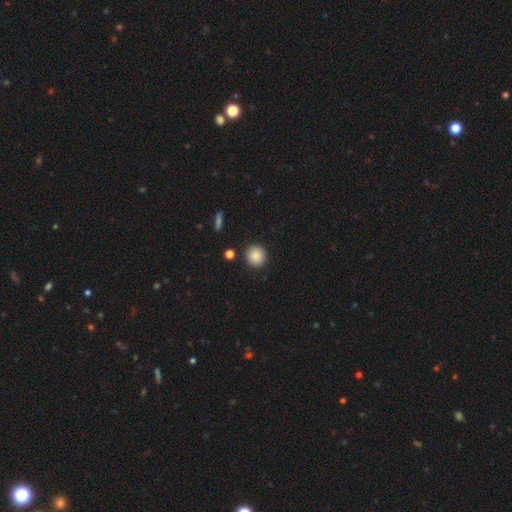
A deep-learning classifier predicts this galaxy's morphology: smooth-or-featured: smooth: 88% | star or artifact: 8% | featured or disk: 4%
  how-rounded: round: 91% | in between: 8% | cigar-shaped: 1%
  merging: none: 90% | minor disturbance: 6% | merger: 2% | major disturbance: 2%